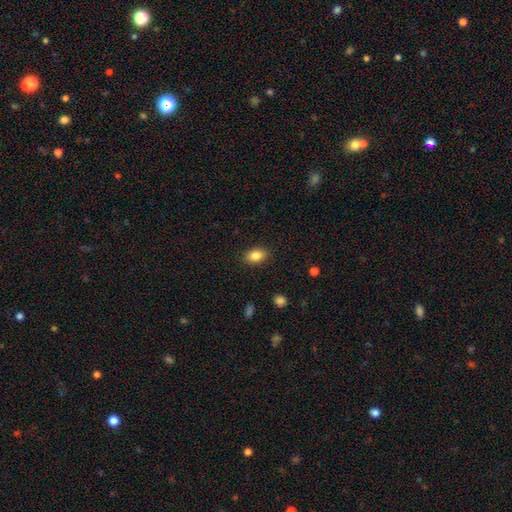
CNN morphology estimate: The model was most divided on "how rounded": in between: 85%, round: 14%, cigar-shaped: 2%. More confident: merging — none (88%); smooth or featured — smooth (85%).